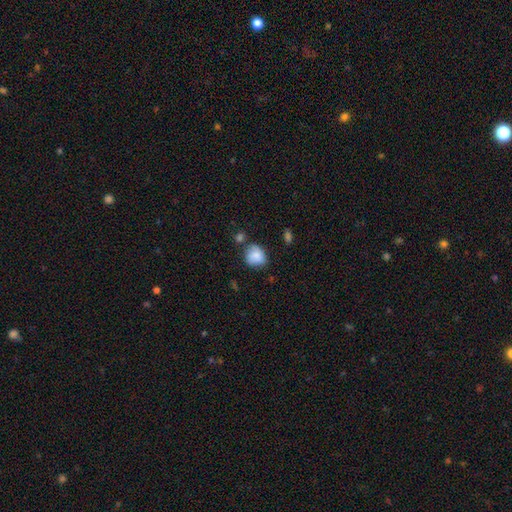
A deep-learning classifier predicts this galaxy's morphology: A smooth galaxy with no disk features (82%) that is round (66%).

Vote fractions:
- Smooth or featured? smooth: 82% / featured or disk: 10% / star or artifact: 8%
- How rounded? round: 66% / in between: 33% / cigar-shaped: 1%
- Merging? none: 59% / minor disturbance: 26% / merger: 9% / major disturbance: 6%